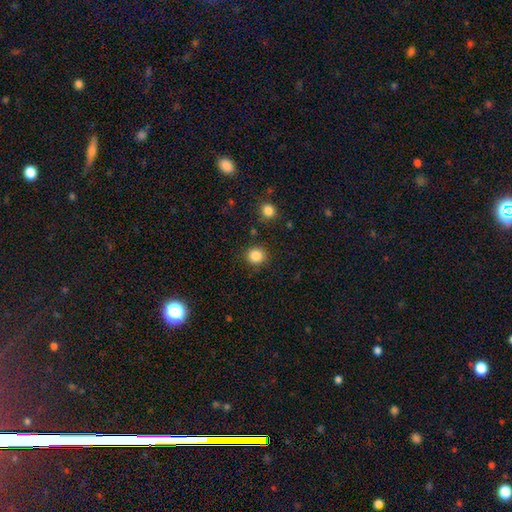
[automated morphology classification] type=smooth (86%); roundness=round (91%); merging=none (88%).